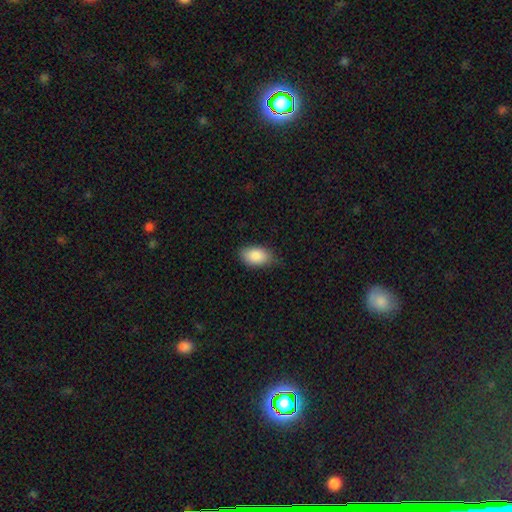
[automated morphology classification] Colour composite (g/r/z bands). It shows a smooth galaxy with no disk features (87%) that is in between round and cigar-shaped (93%). Merging: none (78%).